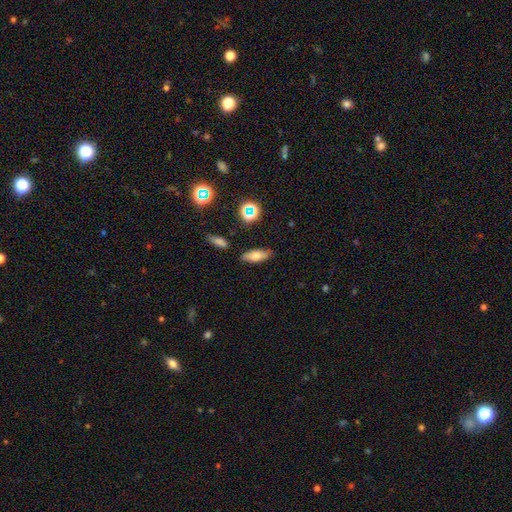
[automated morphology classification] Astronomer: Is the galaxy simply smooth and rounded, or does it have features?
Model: smooth — 69%.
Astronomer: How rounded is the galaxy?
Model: in between — 71%.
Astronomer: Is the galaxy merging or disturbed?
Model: none — 84%.